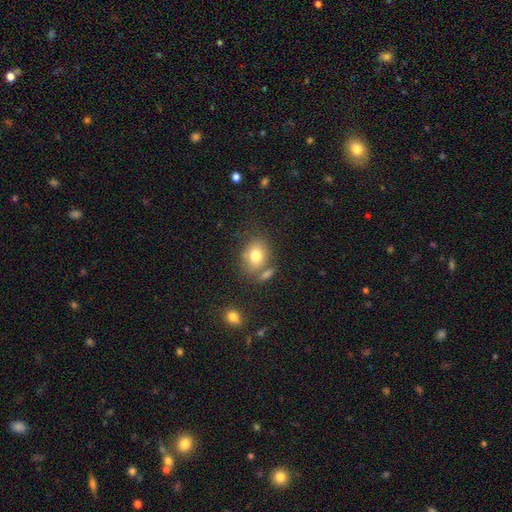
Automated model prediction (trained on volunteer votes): A smooth galaxy with no disk features (77%) that is in between round and cigar-shaped (53%).

Vote fractions:
- Smooth or featured? smooth: 77% / featured or disk: 13% / star or artifact: 10%
- How rounded? in between: 53% / round: 46% / cigar-shaped: 1%
- Merging? none: 59% / merger: 19% / minor disturbance: 16% / major disturbance: 6%